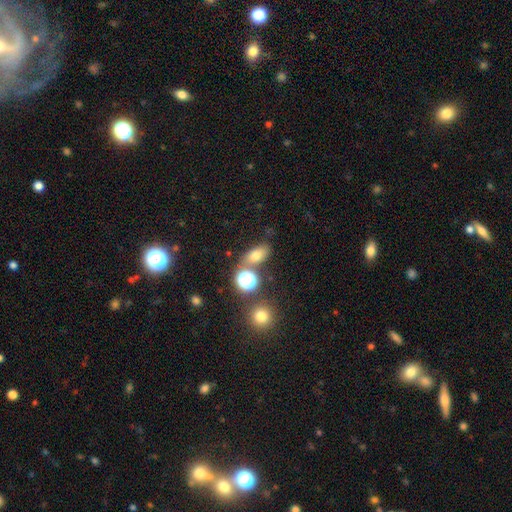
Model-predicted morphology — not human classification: smooth_or_featured: smooth (p=0.70) [alt: star or artifact p=0.18]
how_rounded: in between (p=0.74) [alt: round p=0.21]
merging: none (p=0.70) [alt: merger p=0.13]